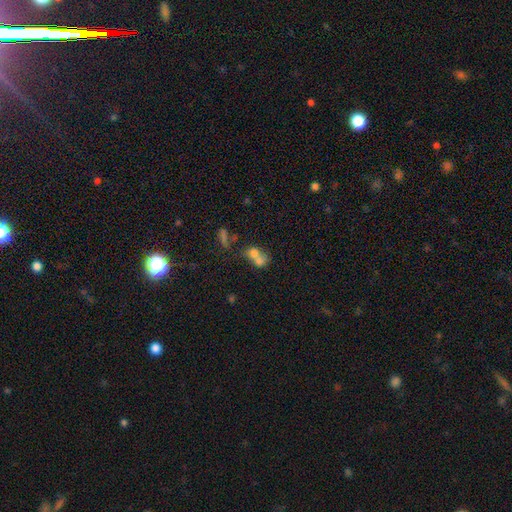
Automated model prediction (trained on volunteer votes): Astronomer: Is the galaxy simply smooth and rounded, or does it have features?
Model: smooth — 66%.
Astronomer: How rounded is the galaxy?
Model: round — 50% (runner-up: in between, 48%).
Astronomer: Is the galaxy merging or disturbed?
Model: merger — 71%.